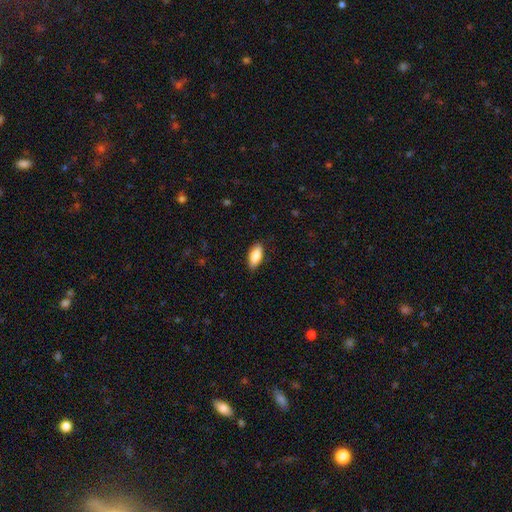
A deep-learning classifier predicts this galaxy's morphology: type=smooth (83%); roundness=in between (86%); merging=none (86%).